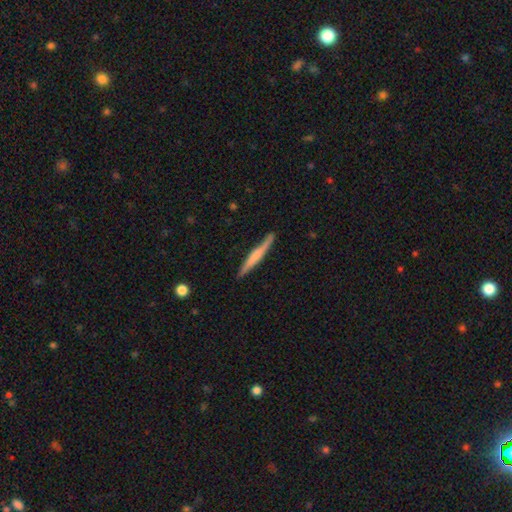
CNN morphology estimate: This is possibly a featured or disk galaxy (52%). It is clearly viewed edge-on (96%). Merging: clearly none (85%).